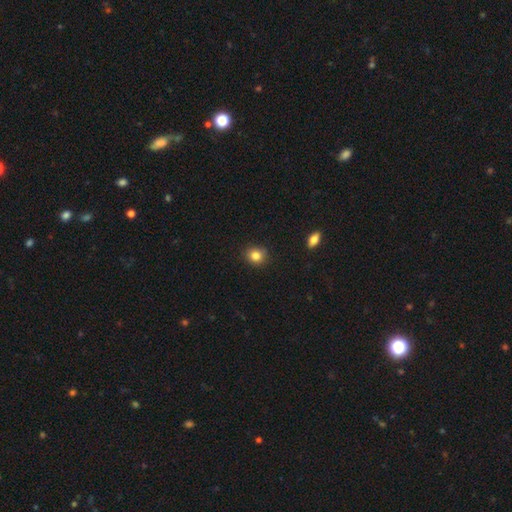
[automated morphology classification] Overall: smooth (84%). How rounded: round (74%). Merging: none (86%).